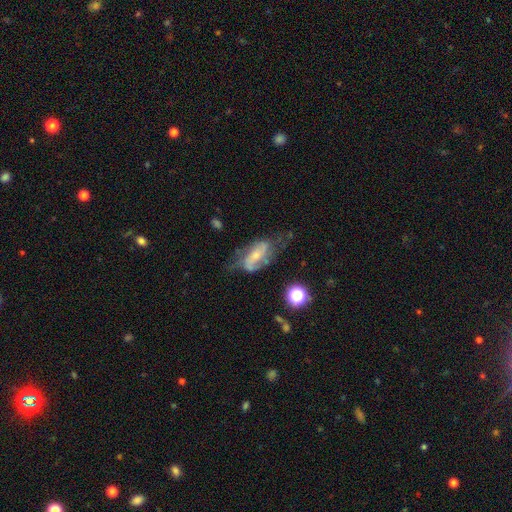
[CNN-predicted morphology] Overall: featured or disk (66%; smooth 26%). Edge-on disk: no (92%). Bar: no (46%; weak 34%). Spiral arms: yes (80%). Bulge size: small (55%; moderate 35%). Merging: none (46%; minor disturbance 27%).